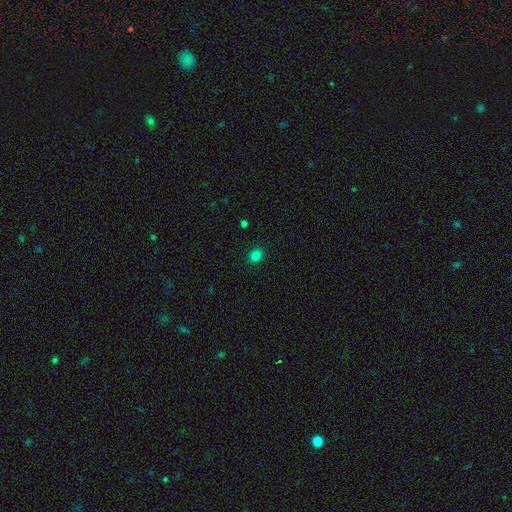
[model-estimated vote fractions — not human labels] smooth-or-featured: smooth: 82% | star or artifact: 14% | featured or disk: 4%
  how-rounded: round: 51% | in between: 48% | cigar-shaped: 1%
  merging: none: 90% | minor disturbance: 7% | major disturbance: 2% | merger: 1%